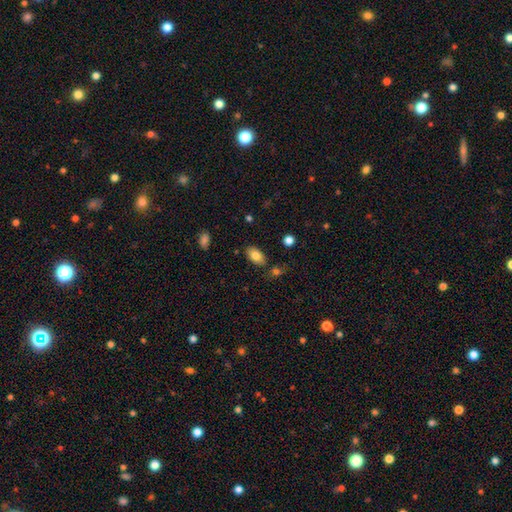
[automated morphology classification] This appears to be a smooth galaxy with no disk features (82%) that is in between round and cigar-shaped (93%). Merging: none (79%).